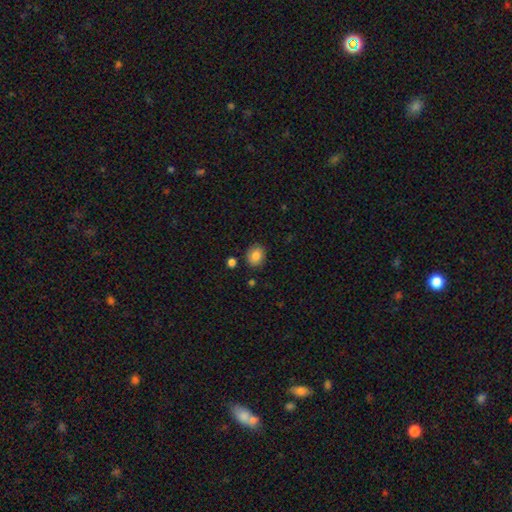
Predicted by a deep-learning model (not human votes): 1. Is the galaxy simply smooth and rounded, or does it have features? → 82% smooth, 9% star or artifact, 9% featured or disk.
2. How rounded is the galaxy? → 62% round, 37% in between, 1% cigar-shaped.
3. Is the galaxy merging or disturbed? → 86% none, 9% minor disturbance, 3% merger, 2% major disturbance.